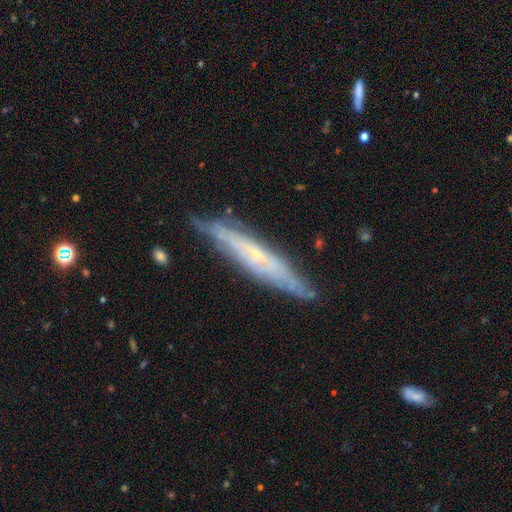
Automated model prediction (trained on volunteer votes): featured or disk 69%, smooth 25%, star or artifact 6%. Down the decision tree: edge-on disk — yes (73%); edge-on bulge — rounded (49%); merging — none (78%).